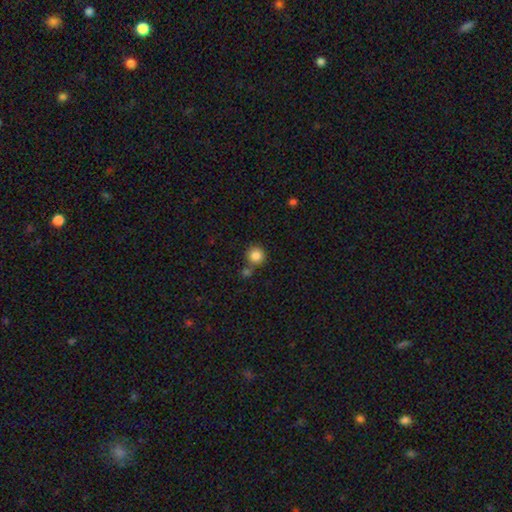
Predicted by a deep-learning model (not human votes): Smooth or featured? smooth (85%)
How rounded? round (93%)
Merging? none (72%)